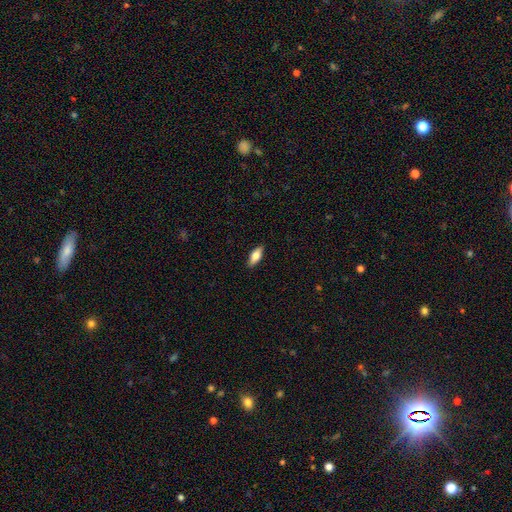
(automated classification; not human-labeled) smooth 72%, featured or disk 22%, star or artifact 6%. Down the decision tree: how rounded — in between (75%); merging — none (89%).